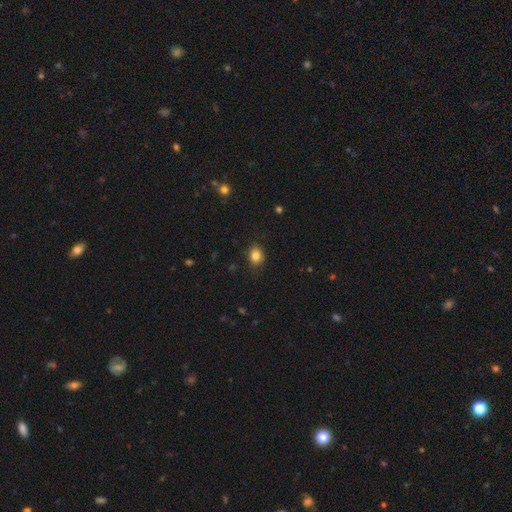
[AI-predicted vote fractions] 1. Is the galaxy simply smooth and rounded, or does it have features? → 83% smooth, 10% star or artifact, 7% featured or disk.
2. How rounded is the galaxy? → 55% in between, 44% round, 1% cigar-shaped.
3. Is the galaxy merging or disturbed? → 85% none, 12% minor disturbance, 2% major disturbance, 1% merger.